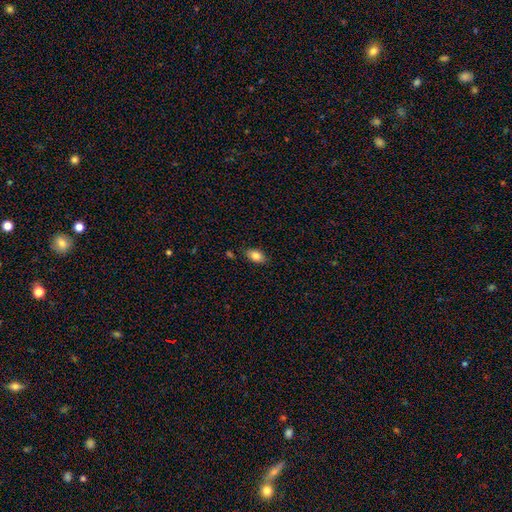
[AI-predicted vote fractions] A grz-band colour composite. It shows a smooth galaxy with no disk features (84%) that is in between round and cigar-shaped (90%). Merging: none (83%).